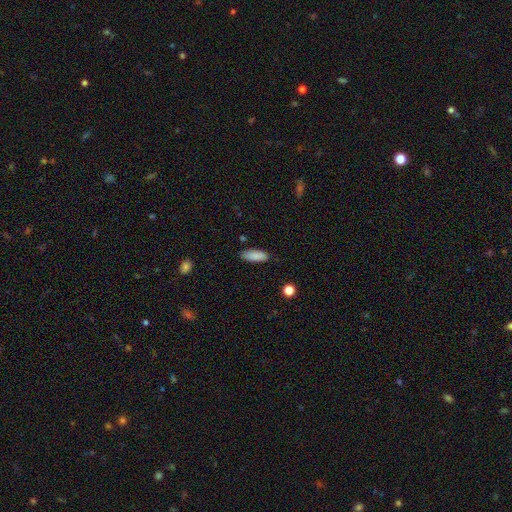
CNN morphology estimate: Smooth or featured: smooth — 88% (star or artifact — 7%)
How rounded: in between — 66% (cigar-shaped — 32%)
Merging: none — 85% (minor disturbance — 11%)